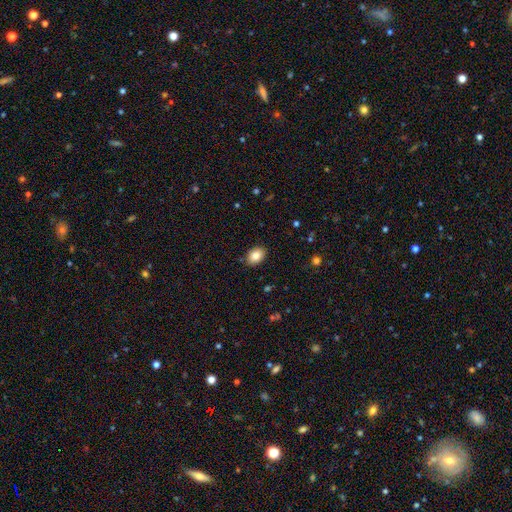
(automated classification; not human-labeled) The model was most divided on "how rounded": in between: 80%, round: 19%, cigar-shaped: 1%. More confident: merging — none (88%); smooth or featured — smooth (85%).